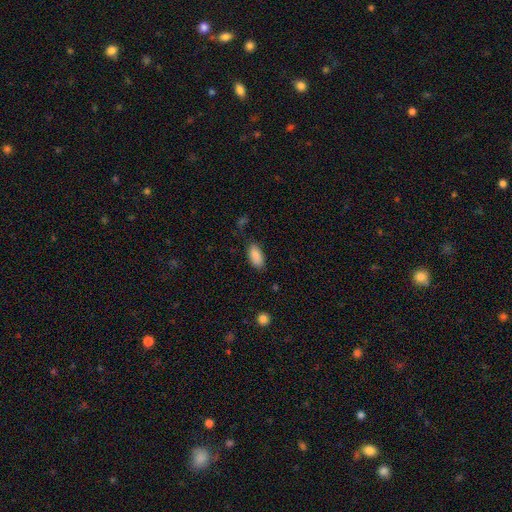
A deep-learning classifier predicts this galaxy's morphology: A smooth galaxy with no disk features (89%) that is in between round and cigar-shaped (92%).

Vote fractions:
- Smooth or featured? smooth: 89% / star or artifact: 7% / featured or disk: 4%
- How rounded? in between: 92% / cigar-shaped: 6% / round: 2%
- Merging? none: 81% / minor disturbance: 14% / major disturbance: 3% / merger: 1%